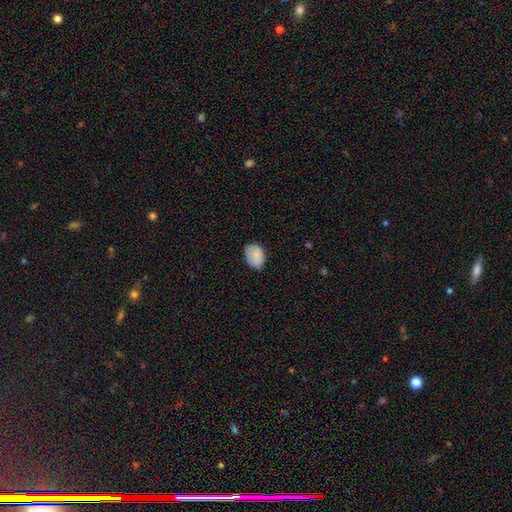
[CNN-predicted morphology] Smooth or featured? smooth (85%)
How rounded? in between (79%)
Merging? none (72%)